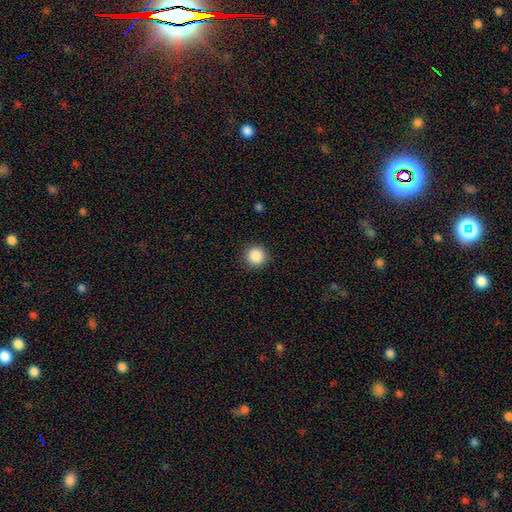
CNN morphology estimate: A smooth galaxy with no disk features (88%) that is round (95%).

Vote fractions:
- Smooth or featured? smooth: 88% / star or artifact: 9% / featured or disk: 3%
- How rounded? round: 95% / in between: 4% / cigar-shaped: 1%
- Merging? none: 91% / minor disturbance: 6% / major disturbance: 2% / merger: 1%